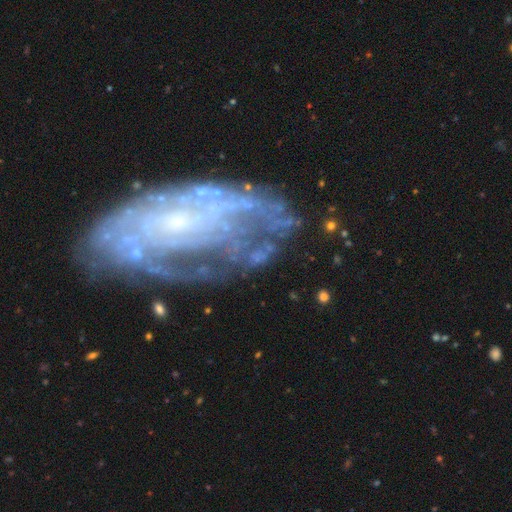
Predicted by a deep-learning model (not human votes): smooth_or_featured: featured or disk (p=0.81) [alt: star or artifact p=0.10]
disk_edge_on: no (p=0.95) [alt: yes p=0.05]
bar: no (p=0.69) [alt: weak p=0.22]
has_spiral_arms: yes (p=0.85) [alt: no p=0.15]
spiral_winding: tight (p=0.50) [alt: medium p=0.33]
spiral_arm_count: can't tell (p=0.35) [alt: 2 p=0.24]
bulge_size: small (p=0.61) [alt: none p=0.19]
merging: none (p=0.57) [alt: minor disturbance p=0.20]